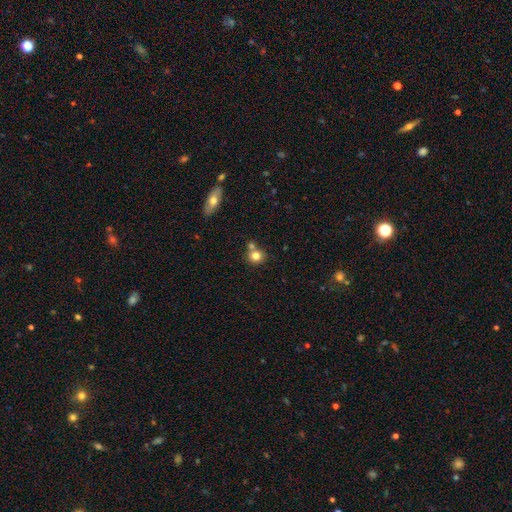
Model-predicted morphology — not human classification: type=smooth (79%); roundness=round (84%); merging=none (59%).